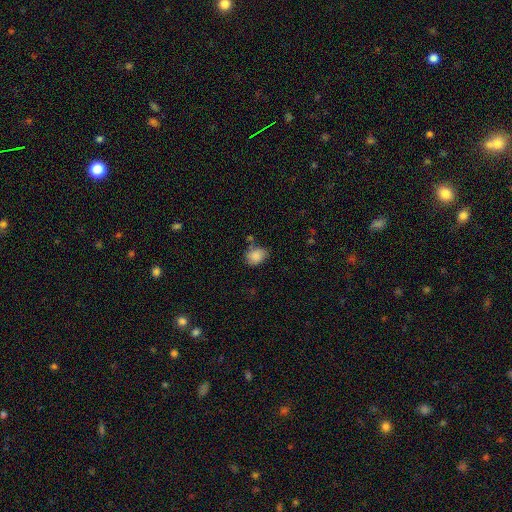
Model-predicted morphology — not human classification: Smooth or featured? smooth (86%)
How rounded? in between (56%)
Merging? none (60%)